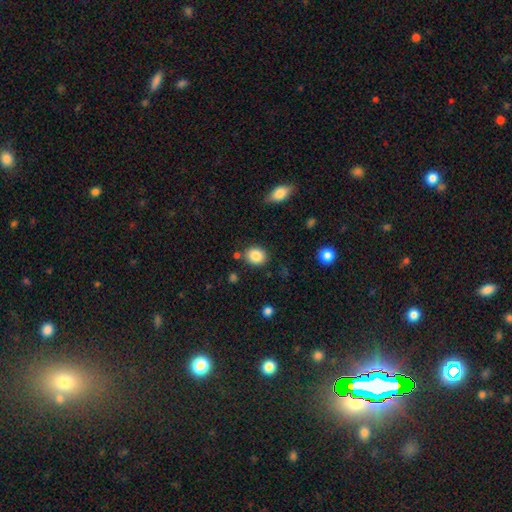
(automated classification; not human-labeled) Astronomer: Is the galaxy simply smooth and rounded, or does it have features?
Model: smooth — 86%.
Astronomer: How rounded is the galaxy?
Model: round — 66%.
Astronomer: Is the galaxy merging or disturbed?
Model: none — 82%.